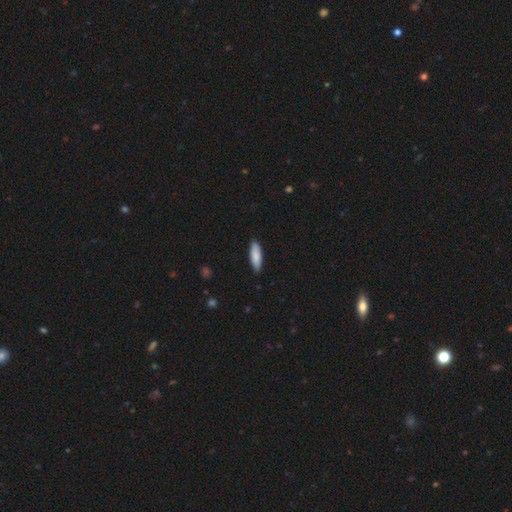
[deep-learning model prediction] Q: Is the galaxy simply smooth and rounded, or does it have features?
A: smooth — 84%.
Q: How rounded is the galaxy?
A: in between — 51%.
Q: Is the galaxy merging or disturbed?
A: none — 85%.